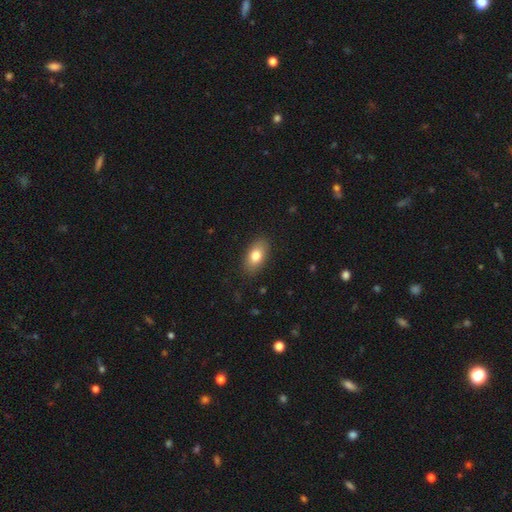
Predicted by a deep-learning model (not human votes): Smooth or featured: smooth — 80% (featured or disk — 13%)
How rounded: in between — 90% (round — 7%)
Merging: none — 86% (minor disturbance — 10%)